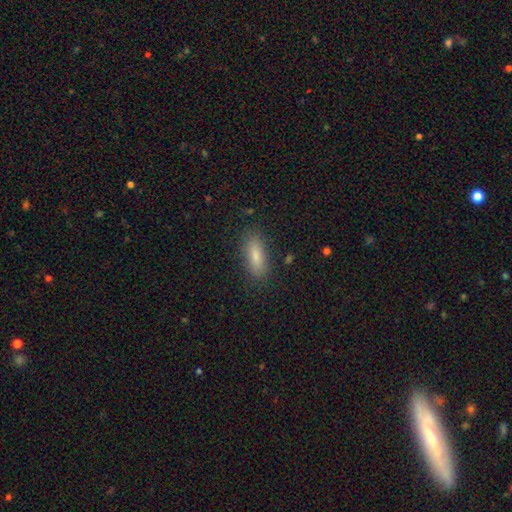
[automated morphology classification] A smooth galaxy with no disk features (79%) that is in between round and cigar-shaped (63%). Merging: none (86%).